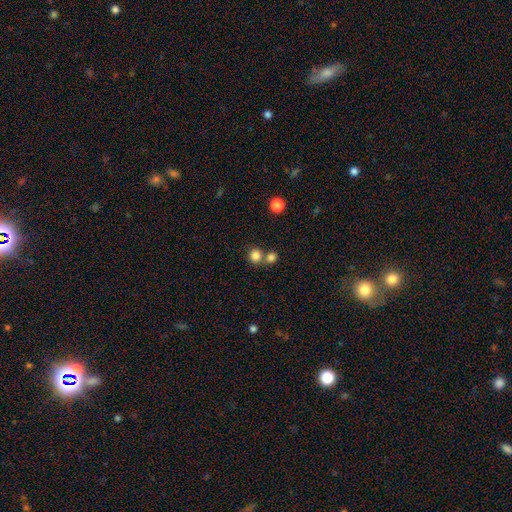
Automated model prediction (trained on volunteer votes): This is clearly a smooth galaxy (83%). How rounded: clearly round (89%). Merging: possibly none (58%).